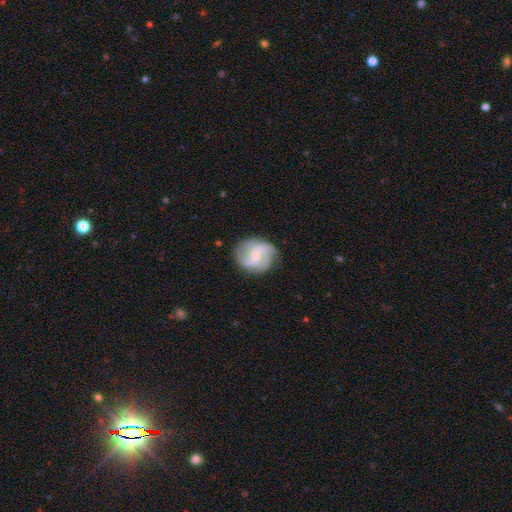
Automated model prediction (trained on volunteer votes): smooth_or_featured: featured or disk (p=0.79) [alt: smooth p=0.15]
disk_edge_on: no (p=0.98) [alt: yes p=0.02]
bar: no (p=0.50) [alt: weak p=0.41]
has_spiral_arms: yes (p=0.95) [alt: no p=0.05]
spiral_winding: medium (p=0.50) [alt: tight p=0.27]
spiral_arm_count: 3 (p=0.40) [alt: 2 p=0.30]
bulge_size: small (p=0.64) [alt: moderate p=0.30]
merging: none (p=0.73) [alt: minor disturbance p=0.19]